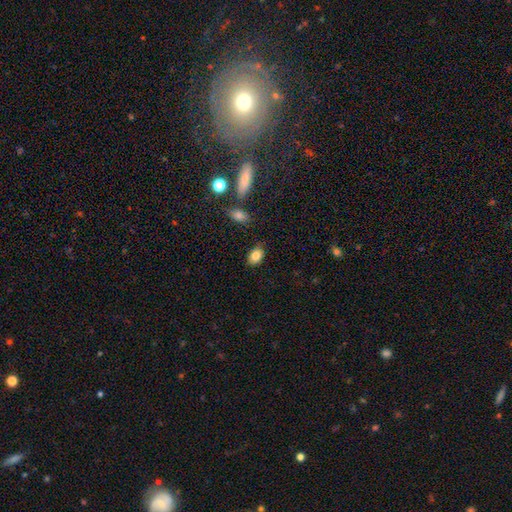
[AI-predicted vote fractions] Morphology: type=smooth (84%); roundness=in between (79%); merging=none (82%).